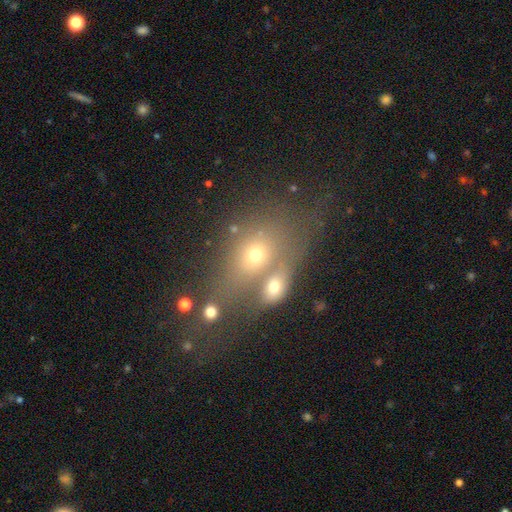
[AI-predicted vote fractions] Overall: smooth (61%; featured or disk 23%). How rounded: in between (67%; round 28%). Merging: merger (47%; none 31%).